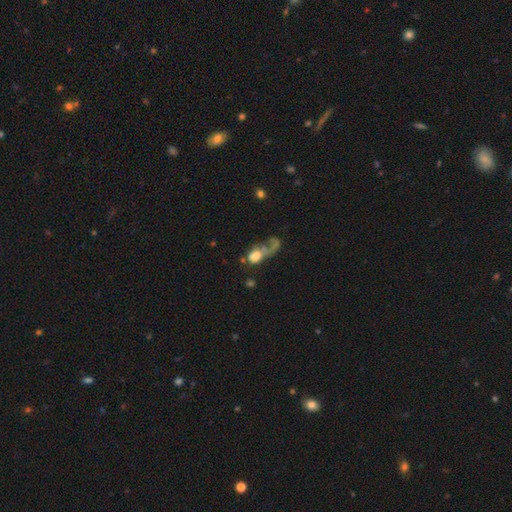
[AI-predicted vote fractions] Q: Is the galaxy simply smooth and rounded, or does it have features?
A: smooth — 53%.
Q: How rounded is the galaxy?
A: in between — 60%.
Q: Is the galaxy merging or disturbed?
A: major disturbance — 52%.